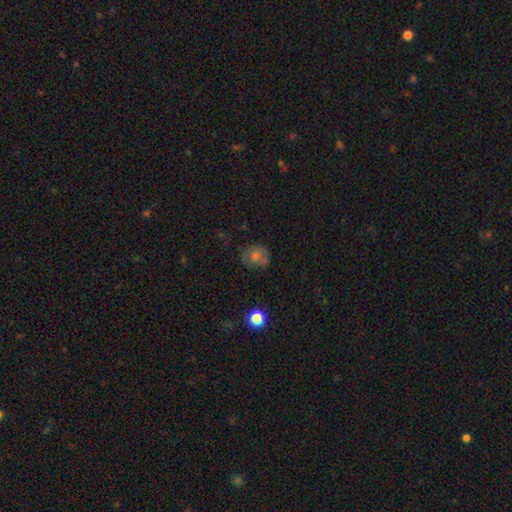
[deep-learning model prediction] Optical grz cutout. It shows a smooth galaxy with no disk features (61%) that is round (78%). Merging: none (74%).